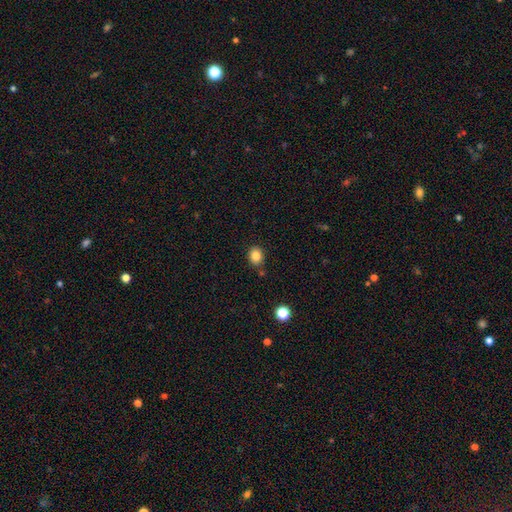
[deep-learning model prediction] Morphology: type=smooth (85%); roundness=round (59%); merging=none (82%).